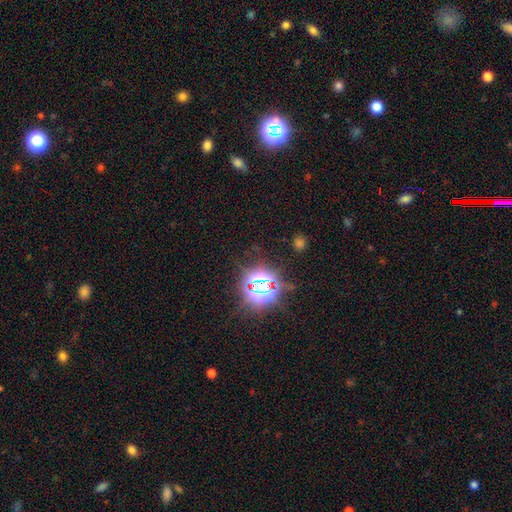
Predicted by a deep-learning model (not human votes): Q: Smooth or featured?
A: star or artifact (80%); runner-up: smooth (14%)